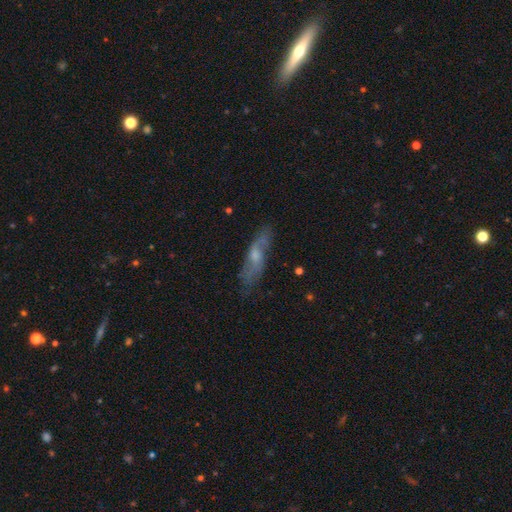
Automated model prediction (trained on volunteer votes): This appears to be a featured or disk galaxy (54%). Merging: none (70%).